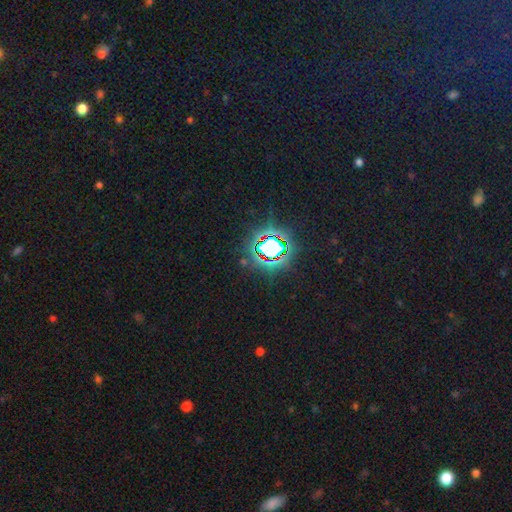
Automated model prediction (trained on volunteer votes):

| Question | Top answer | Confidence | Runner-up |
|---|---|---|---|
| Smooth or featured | star or artifact | 83% | smooth (10%) |